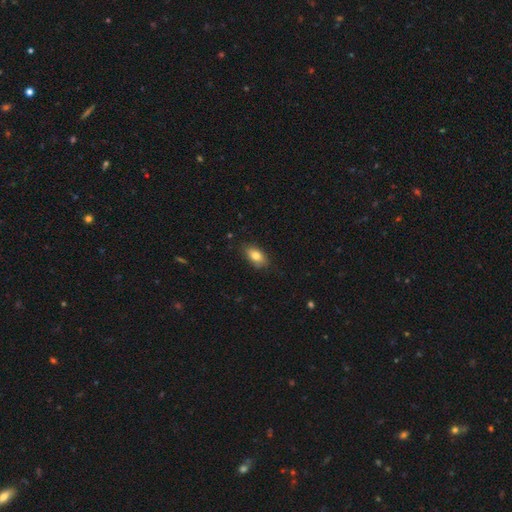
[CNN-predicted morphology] Smooth or featured?
  - smooth: 81% *
  - featured or disk: 11%
  - star or artifact: 7%
How rounded?
  - in between: 90% *
  - round: 5%
  - cigar-shaped: 5%
Merging?
  - none: 82% *
  - minor disturbance: 14%
  - major disturbance: 2%
  - merger: 1%